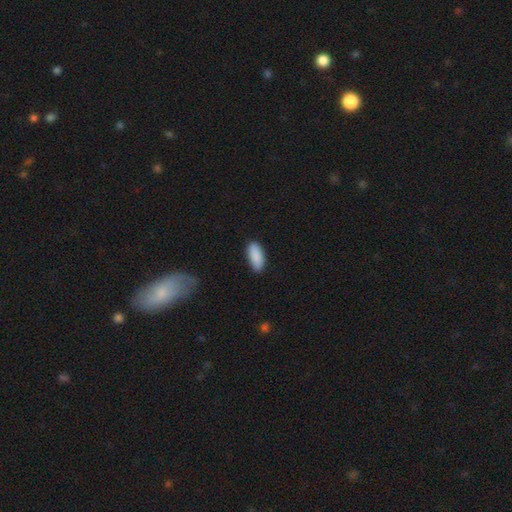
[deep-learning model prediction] This appears to be a smooth galaxy with no disk features (90%) that is in between round and cigar-shaped (82%). Merging: none (86%).